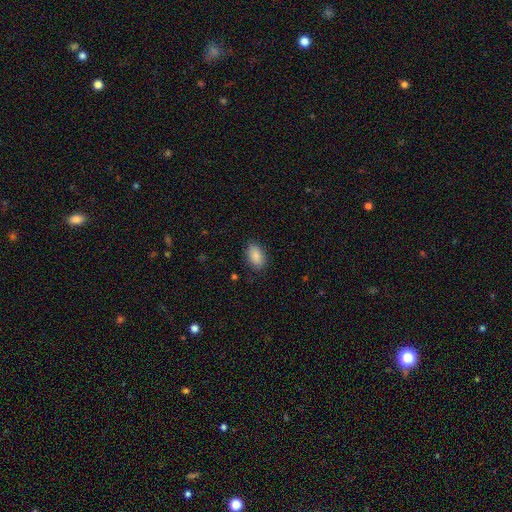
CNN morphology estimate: This appears to be a smooth galaxy with no disk features (88%) that is in between round and cigar-shaped (92%). Merging: none (84%).